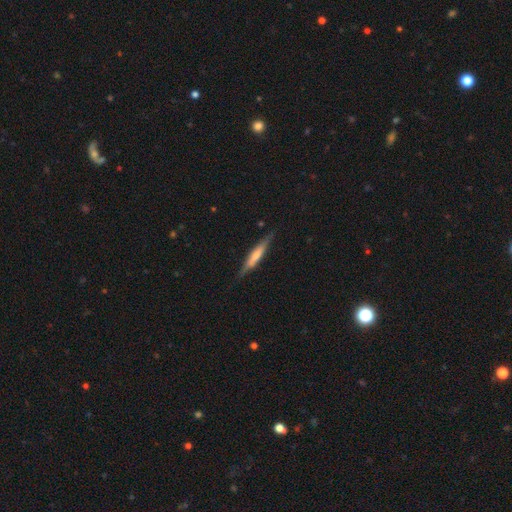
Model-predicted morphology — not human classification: Smooth or featured? smooth (49%)
Merging? none (82%)